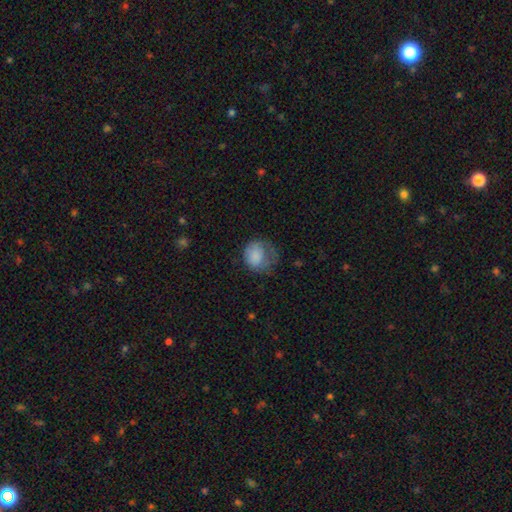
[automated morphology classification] A smooth galaxy with no disk features (77%) that is round (69%). Merging: none (37%).